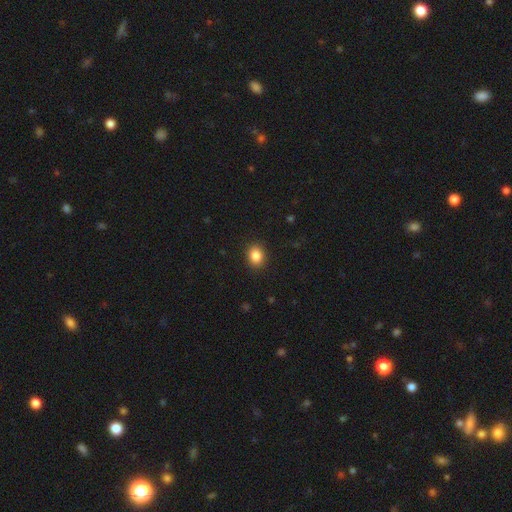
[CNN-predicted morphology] Smooth or featured? Predicted: smooth (p=0.86). How rounded? Predicted: in between (p=0.50). Merging? Predicted: none (p=0.90).